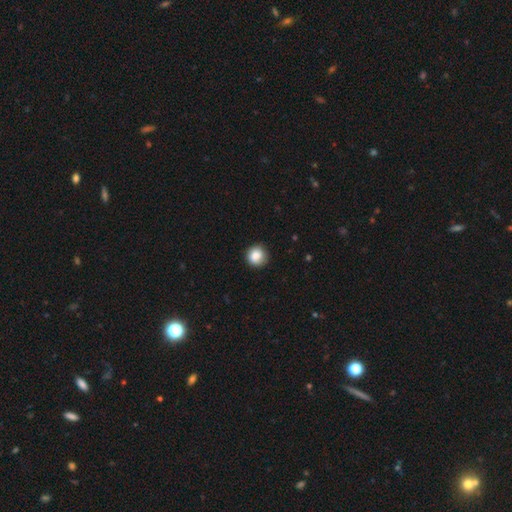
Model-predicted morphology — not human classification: A smooth galaxy with no disk features (86%) that is round (92%).

Vote fractions:
- Smooth or featured? smooth: 86% / star or artifact: 9% / featured or disk: 5%
- How rounded? round: 92% / in between: 8% / cigar-shaped: 1%
- Merging? none: 83% / minor disturbance: 13% / major disturbance: 2% / merger: 1%